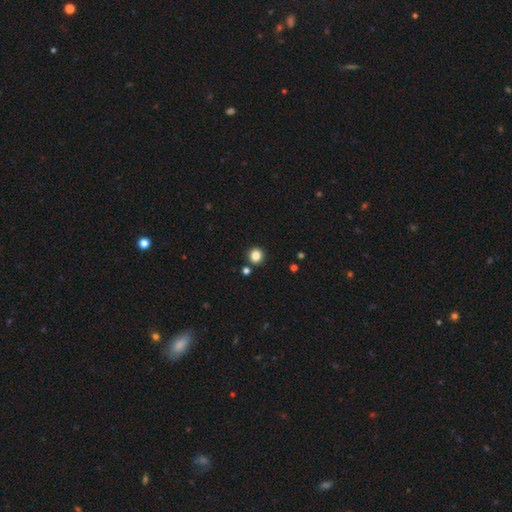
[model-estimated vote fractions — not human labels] A smooth galaxy with no disk features (84%) that is round (91%). Merging: none (87%).